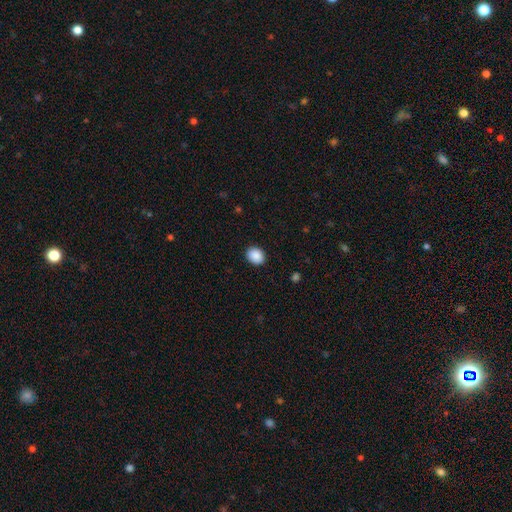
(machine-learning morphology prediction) A smooth galaxy with no disk features (90%) that is round (51%). Merging: none (91%).